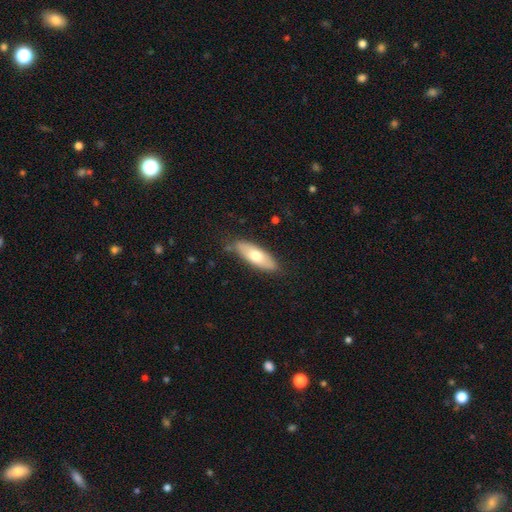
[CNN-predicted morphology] A smooth galaxy with no disk features (65%) that is in between round and cigar-shaped (64%). Merging: none (77%).